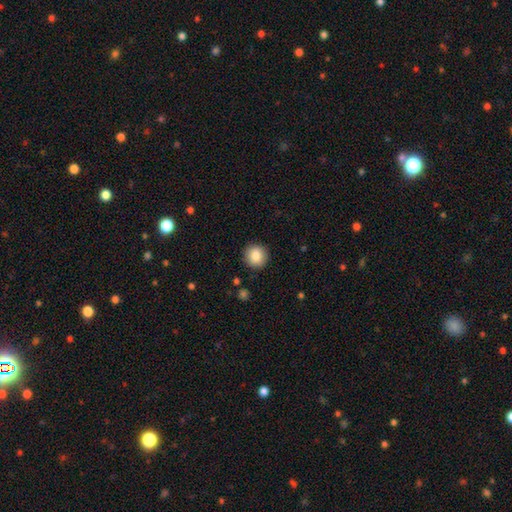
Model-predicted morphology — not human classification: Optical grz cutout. It shows a smooth galaxy with no disk features (86%) that is round (93%). Merging: none (91%).